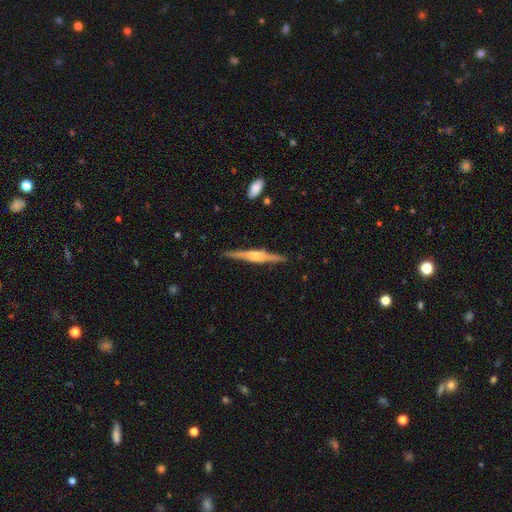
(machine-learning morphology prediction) Smooth or featured: featured or disk — 78% (smooth — 17%)
Edge-on disk: yes — 98% (no — 2%)
Edge-on bulge: rounded — 69% (boxy — 25%)
Merging: none — 90% (minor disturbance — 8%)